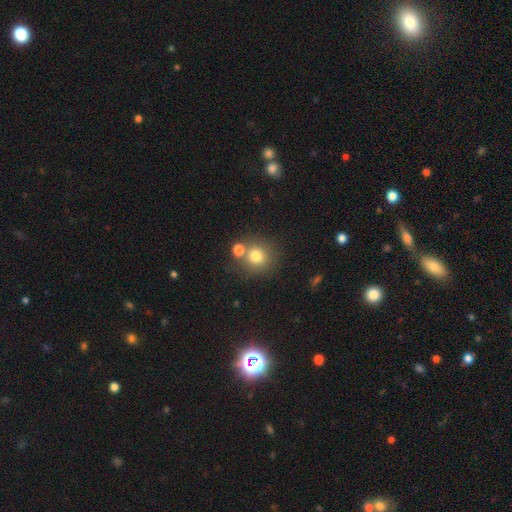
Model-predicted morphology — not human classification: smooth-or-featured: smooth: 76% | star or artifact: 13% | featured or disk: 11%
  how-rounded: round: 89% | in between: 11% | cigar-shaped: 1%
  merging: none: 65% | merger: 22% | minor disturbance: 9% | major disturbance: 4%